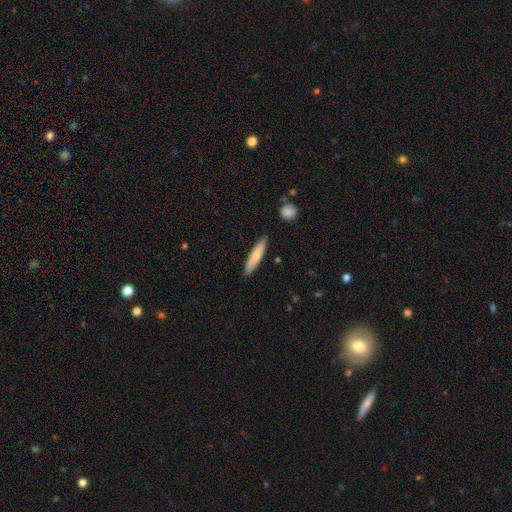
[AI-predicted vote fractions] This is likely a smooth galaxy (72%). How rounded: clearly cigar-shaped (84%). Merging: clearly none (87%).